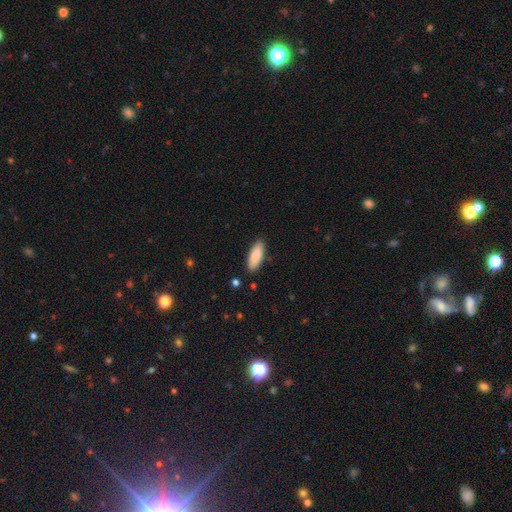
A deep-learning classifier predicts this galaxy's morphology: smooth-or-featured: smooth: 88% | featured or disk: 7% | star or artifact: 6%
  how-rounded: in between: 71% | cigar-shaped: 28% | round: 2%
  merging: none: 87% | minor disturbance: 10% | major disturbance: 2% | merger: 1%